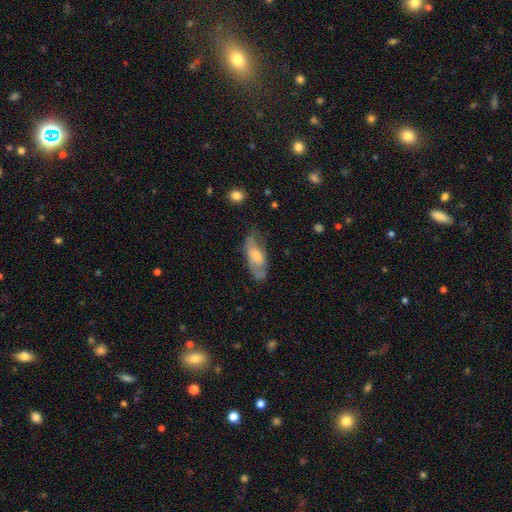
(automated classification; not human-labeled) This is possibly a smooth galaxy (51%). How rounded: likely in between (79%). Merging: possibly none (54%).